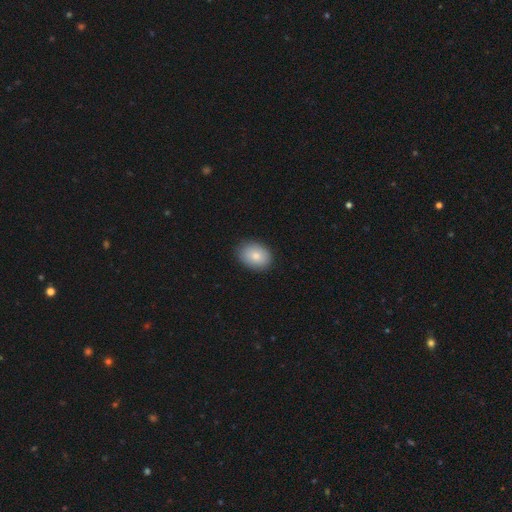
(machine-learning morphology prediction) Q: Smooth or featured?
A: smooth (83%); runner-up: featured or disk (10%)
Q: How rounded?
A: in between (69%); runner-up: round (30%)
Q: Merging?
A: none (87%); runner-up: minor disturbance (10%)